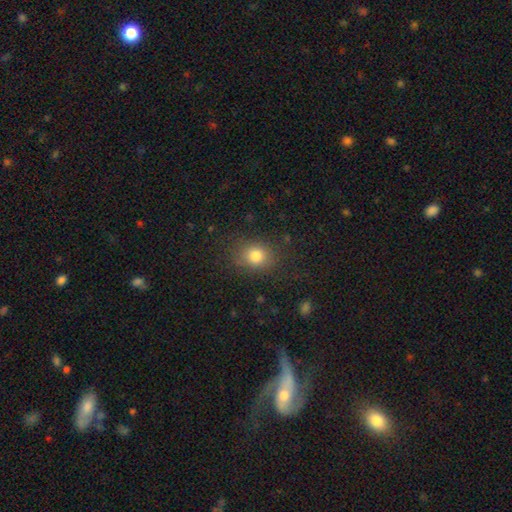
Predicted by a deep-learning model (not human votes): smooth 80%, star or artifact 12%, featured or disk 7%. Down the decision tree: how rounded — round (65%); merging — none (82%).